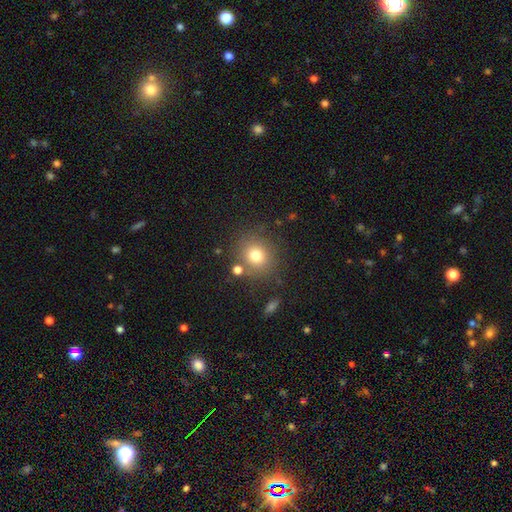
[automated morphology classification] smooth 76%, star or artifact 14%, featured or disk 11%. Down the decision tree: how rounded — round (85%); merging — none (78%).